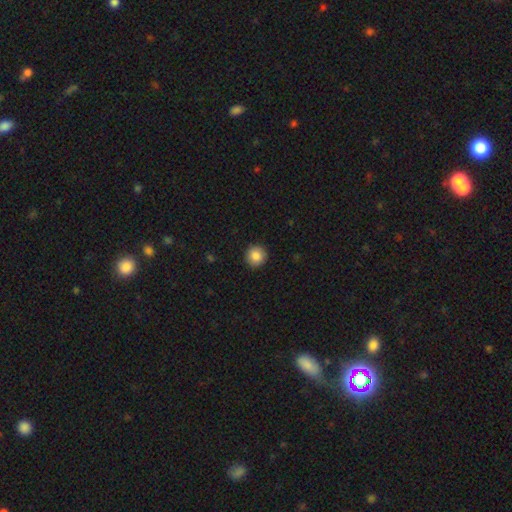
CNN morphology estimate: Smooth or featured?
  - smooth: 87% *
  - star or artifact: 9%
  - featured or disk: 4%
How rounded?
  - round: 94% *
  - in between: 5%
  - cigar-shaped: 1%
Merging?
  - none: 92% *
  - minor disturbance: 5%
  - major disturbance: 2%
  - merger: 1%